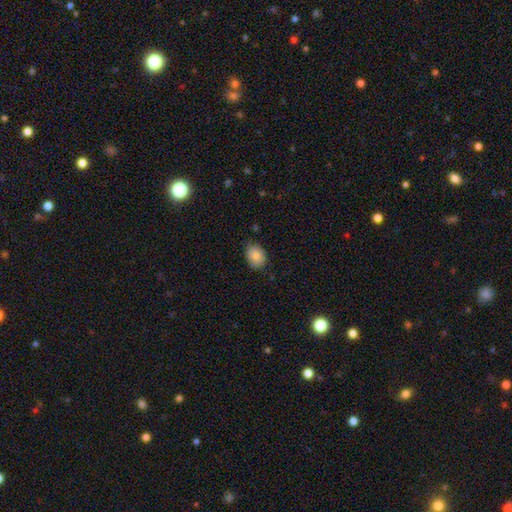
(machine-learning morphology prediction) Smooth or featured?
  - smooth: 83% *
  - featured or disk: 9%
  - star or artifact: 8%
How rounded?
  - in between: 61% *
  - round: 38%
  - cigar-shaped: 1%
Merging?
  - none: 81% *
  - minor disturbance: 16%
  - major disturbance: 3%
  - merger: 1%